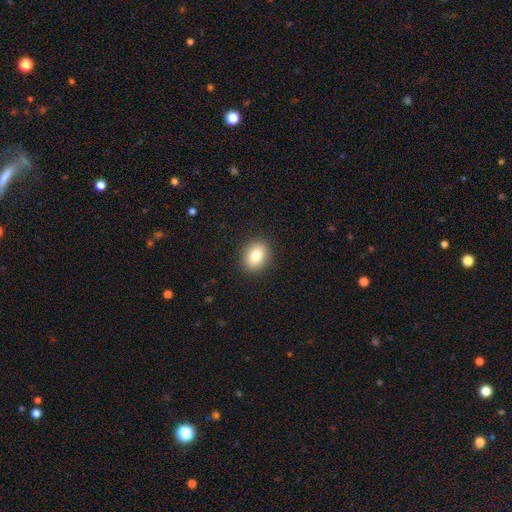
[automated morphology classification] smooth 81%, featured or disk 10%, star or artifact 9%. Down the decision tree: how rounded — in between (57%); merging — none (90%).